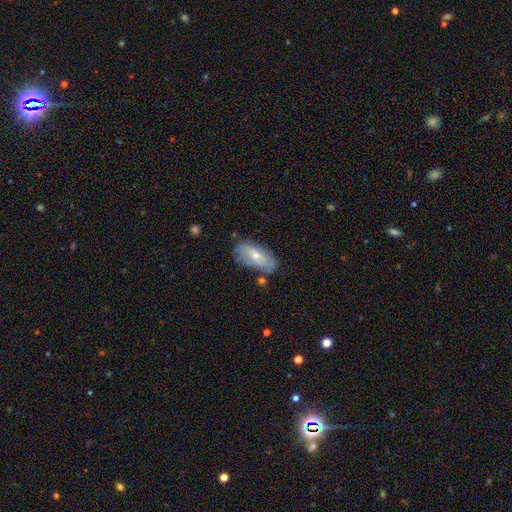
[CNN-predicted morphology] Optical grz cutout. It shows a smooth galaxy with no disk features (56%) that is in between round and cigar-shaped (85%). Merging: none (70%).